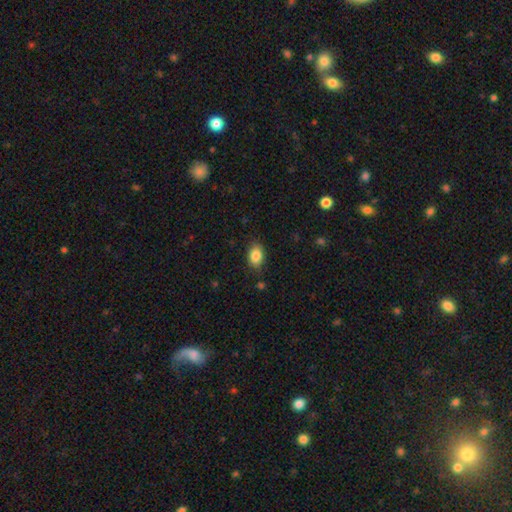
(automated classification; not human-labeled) Smooth or featured? Predicted: smooth (p=0.86). How rounded? Predicted: in between (p=0.83). Merging? Predicted: none (p=0.83).